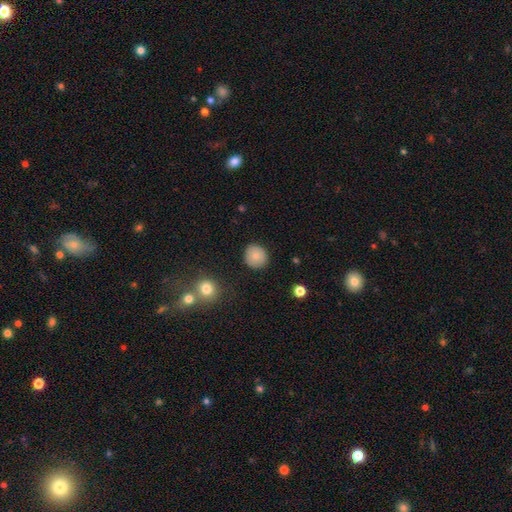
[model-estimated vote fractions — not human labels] Smooth or featured: smooth — 83% (star or artifact — 9%)
How rounded: round — 88% (in between — 11%)
Merging: none — 89% (minor disturbance — 7%)